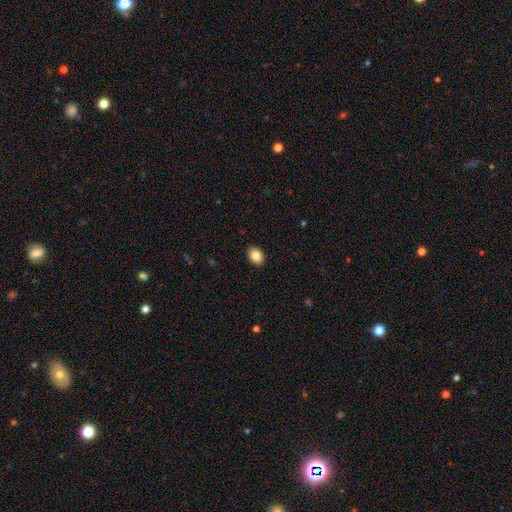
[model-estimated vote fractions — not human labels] The model was most divided on "how rounded": in between: 71%, round: 28%, cigar-shaped: 1%. More confident: merging — none (89%); smooth or featured — smooth (87%).